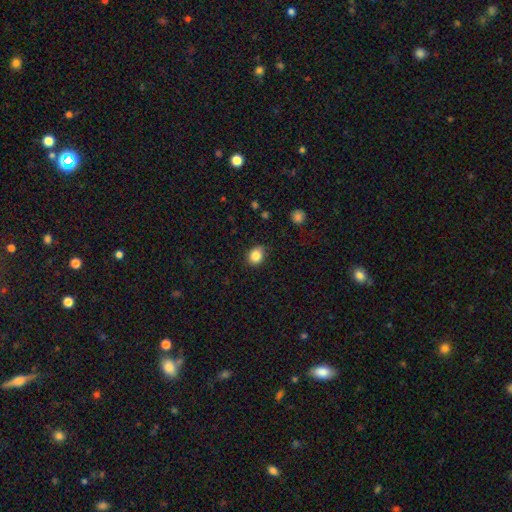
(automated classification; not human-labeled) Smooth or featured? Predicted: smooth (p=0.85). How rounded? Predicted: round (p=0.66). Merging? Predicted: none (p=0.82).